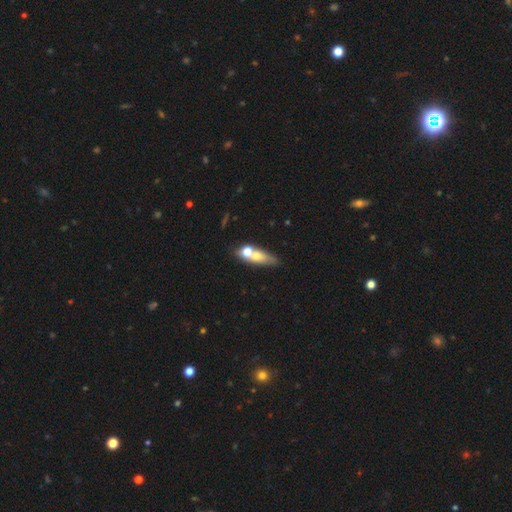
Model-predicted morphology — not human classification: smooth-or-featured: smooth: 58% | featured or disk: 32% | star or artifact: 10%
  how-rounded: in between: 50% | cigar-shaped: 36% | round: 15%
  merging: merger: 43% | none: 38% | minor disturbance: 12% | major disturbance: 7%